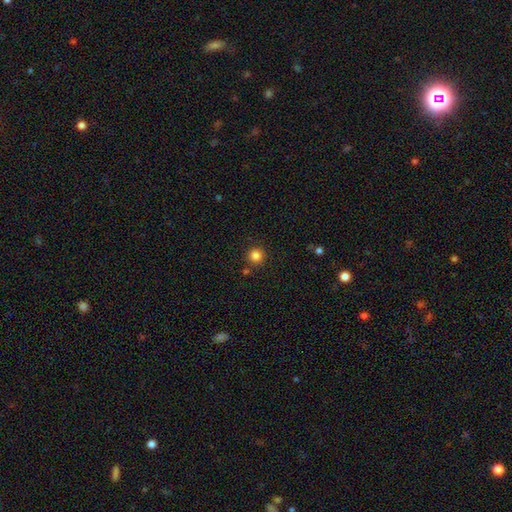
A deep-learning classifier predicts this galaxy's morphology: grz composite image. It shows a smooth galaxy with no disk features (84%) that is round (95%). Merging: none (87%).